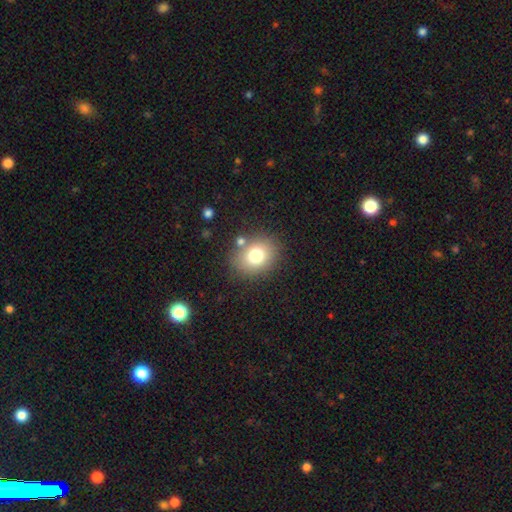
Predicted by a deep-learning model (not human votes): Overall: smooth (77%). How rounded: round (51%; in between 48%). Merging: none (79%).